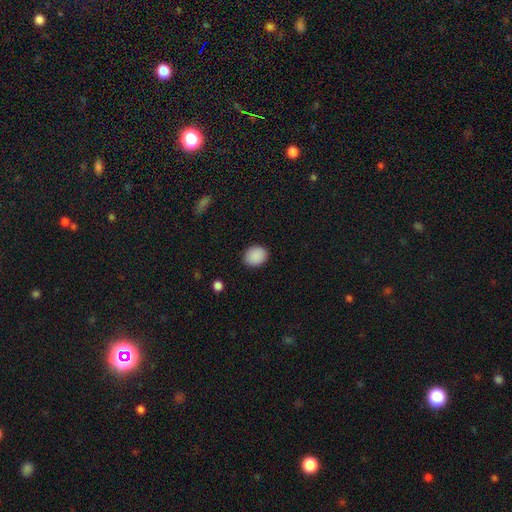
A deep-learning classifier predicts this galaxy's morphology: Q: Smooth or featured?
A: smooth (90%); runner-up: star or artifact (8%)
Q: How rounded?
A: round (51%); runner-up: in between (48%)
Q: Merging?
A: none (88%); runner-up: minor disturbance (9%)